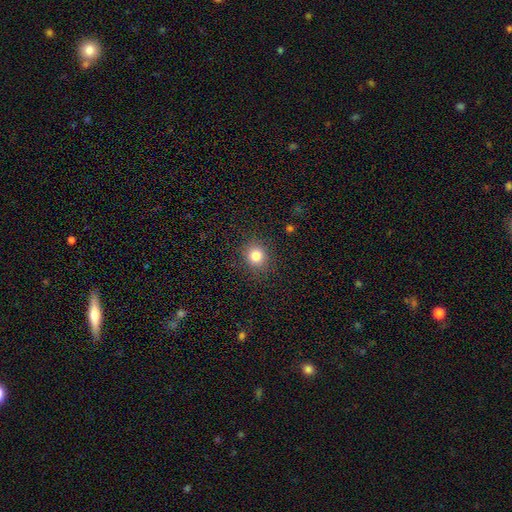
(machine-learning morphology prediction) Overall: smooth (82%). How rounded: round (81%). Merging: none (88%).